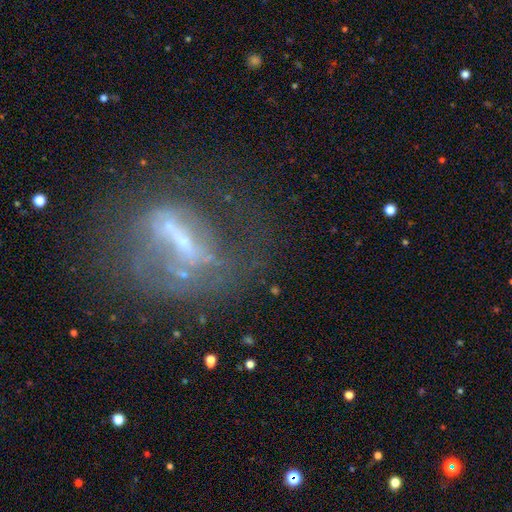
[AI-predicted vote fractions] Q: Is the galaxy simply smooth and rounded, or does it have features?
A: featured or disk — 66%.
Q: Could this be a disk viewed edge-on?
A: no — 83%.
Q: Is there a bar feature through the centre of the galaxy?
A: strong — 51%.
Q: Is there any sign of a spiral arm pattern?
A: no — 58%.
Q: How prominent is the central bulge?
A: small — 56%.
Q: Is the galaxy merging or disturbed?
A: none — 42%.